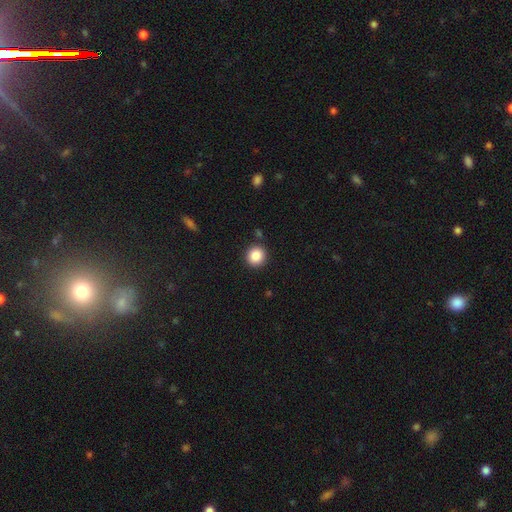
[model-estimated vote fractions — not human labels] Smooth or featured: smooth — 87% (star or artifact — 9%)
How rounded: round — 91% (in between — 8%)
Merging: none — 89% (minor disturbance — 7%)